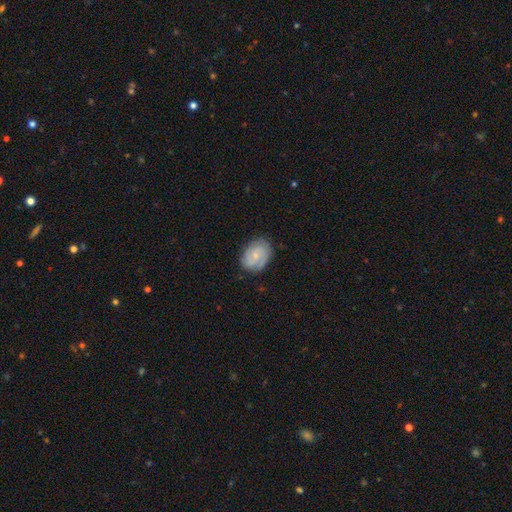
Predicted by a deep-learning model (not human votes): Morphology: type=featured or disk (64%); edge-on=no (97%); bar=no (66%); spiral arms=yes (91%); winding=tight (56%); arm count=2 (50%); bulge=small (69%); merging=none (78%).